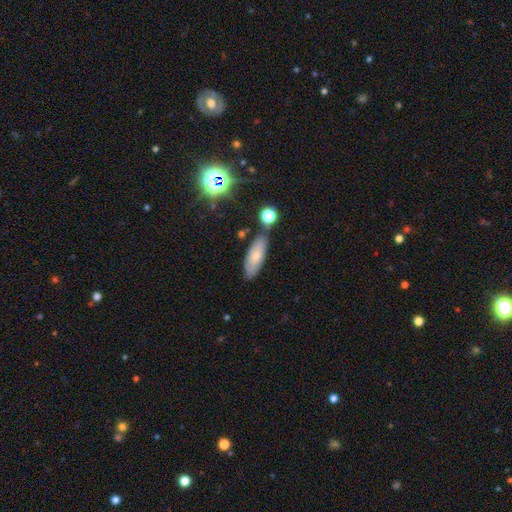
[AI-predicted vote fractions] smooth-or-featured: smooth: 70% | featured or disk: 21% | star or artifact: 9%
  how-rounded: in between: 68% | cigar-shaped: 29% | round: 3%
  merging: none: 76% | minor disturbance: 15% | merger: 6% | major disturbance: 3%